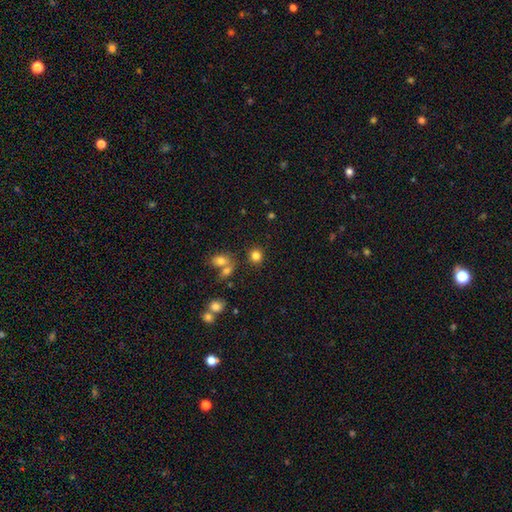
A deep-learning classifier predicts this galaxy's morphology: smooth 82%, star or artifact 12%, featured or disk 6%. Down the decision tree: how rounded — round (83%); merging — none (79%).